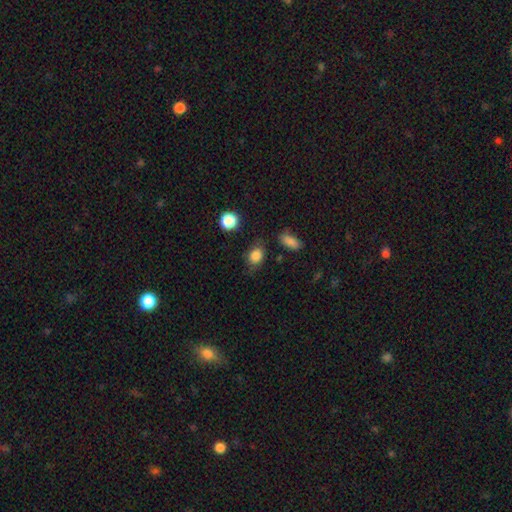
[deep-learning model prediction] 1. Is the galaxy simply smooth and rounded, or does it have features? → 84% smooth, 11% star or artifact, 6% featured or disk.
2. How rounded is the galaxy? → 57% in between, 42% round, 2% cigar-shaped.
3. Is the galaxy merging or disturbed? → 71% none, 19% minor disturbance, 6% major disturbance, 4% merger.